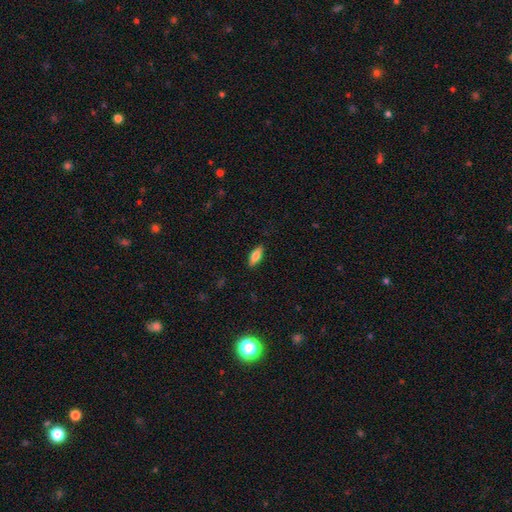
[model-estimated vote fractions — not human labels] Smooth or featured? smooth (74%)
How rounded? in between (75%)
Merging? none (88%)